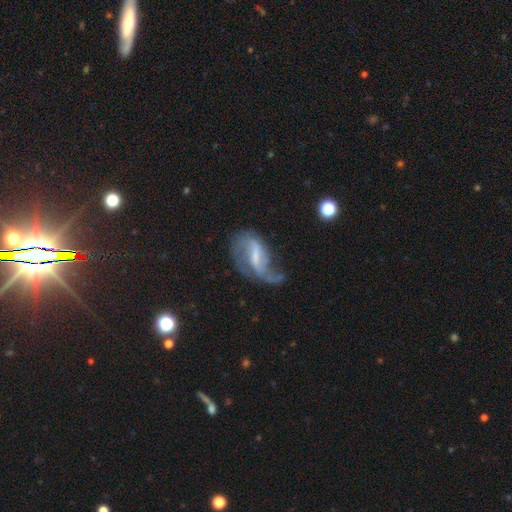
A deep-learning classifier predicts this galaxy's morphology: type=featured or disk (75%); edge-on=no (95%); bar=weak (47%); spiral arms=yes (85%); winding=loose (65%); arm count=2 (61%); bulge=small (43%); merging=major disturbance (39%).